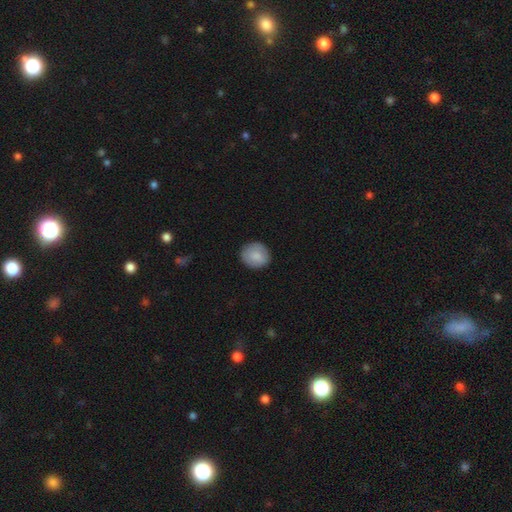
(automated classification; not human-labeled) Smooth or featured?
  - smooth: 84% *
  - featured or disk: 10%
  - star or artifact: 6%
How rounded?
  - round: 82% *
  - in between: 17%
  - cigar-shaped: 1%
Merging?
  - none: 87% *
  - minor disturbance: 9%
  - major disturbance: 2%
  - merger: 1%